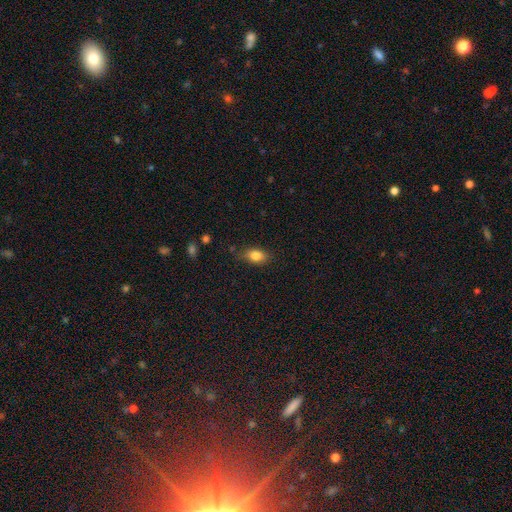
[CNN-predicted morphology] Overall: smooth (82%). How rounded: in between (81%). Merging: none (78%).